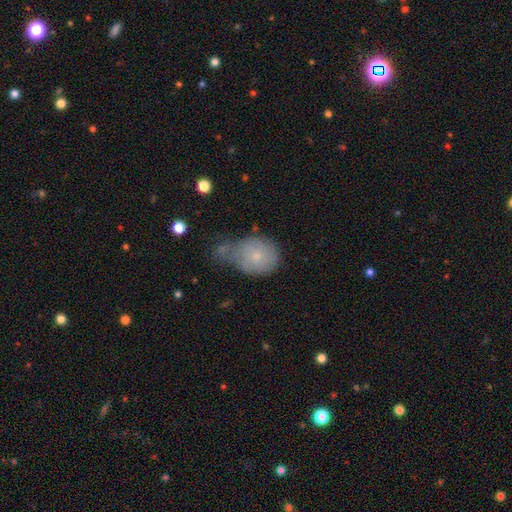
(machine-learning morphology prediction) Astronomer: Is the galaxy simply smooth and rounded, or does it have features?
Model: smooth — 70%.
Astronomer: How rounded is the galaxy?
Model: in between — 52% (runner-up: round, 46%).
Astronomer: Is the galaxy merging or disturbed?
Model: minor disturbance — 28%, tied with none at 28%.